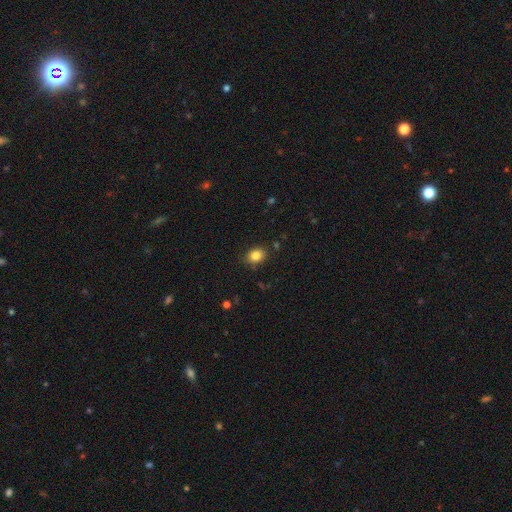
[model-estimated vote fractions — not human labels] A smooth galaxy with no disk features (84%) that is in between round and cigar-shaped (60%). Merging: none (85%).